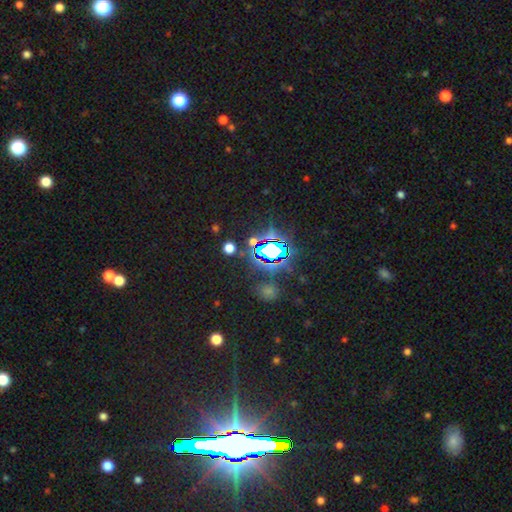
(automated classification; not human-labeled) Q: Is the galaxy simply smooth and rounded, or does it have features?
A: star or artifact — 84%.